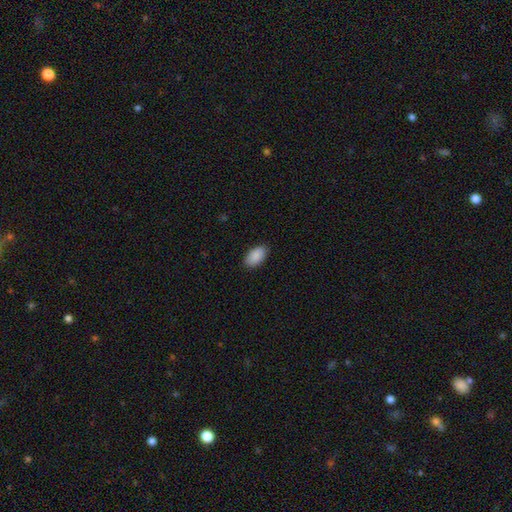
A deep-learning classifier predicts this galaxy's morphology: Smooth or featured? smooth (90%)
How rounded? in between (94%)
Merging? none (87%)